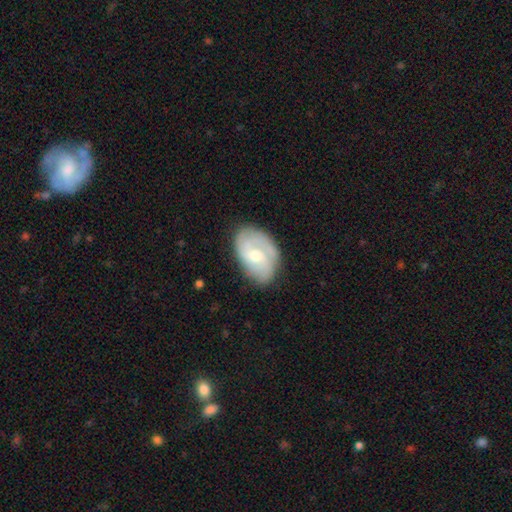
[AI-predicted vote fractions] The model was most divided on "spiral winding": tight: 45%, medium: 39%, loose: 16%. Remaining: edge-on disk — no (96%); spiral arms — yes (87%); merging — none (71%); smooth or featured — featured or disk (67%); bulge size — moderate (56%); bar — no (55%); spiral arm count — 2 (40%).